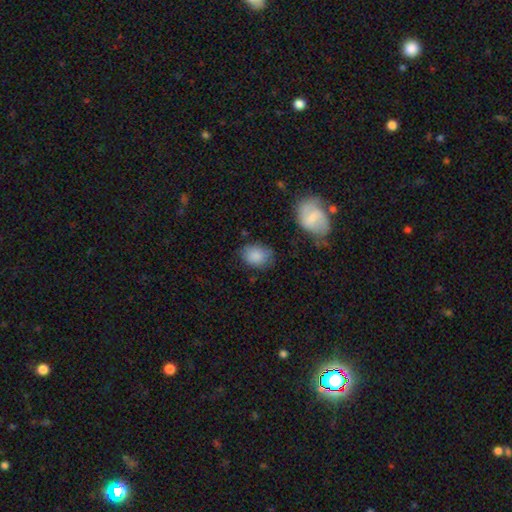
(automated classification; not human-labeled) smooth_or_featured: smooth (p=0.87) [alt: star or artifact p=0.07]
how_rounded: in between (p=0.67) [alt: round p=0.32]
merging: none (p=0.69) [alt: minor disturbance p=0.22]